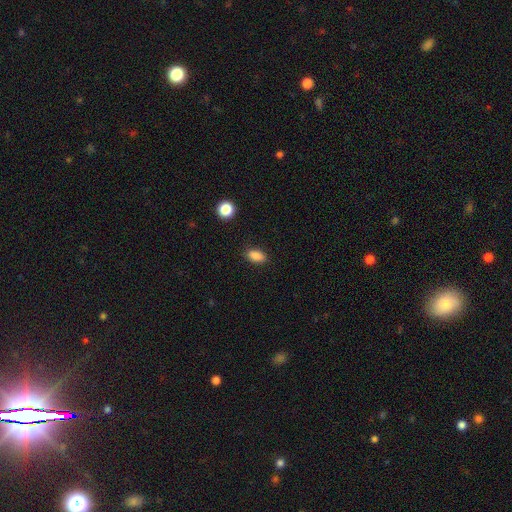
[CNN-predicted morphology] Smooth or featured? smooth (87%)
How rounded? in between (88%)
Merging? none (86%)